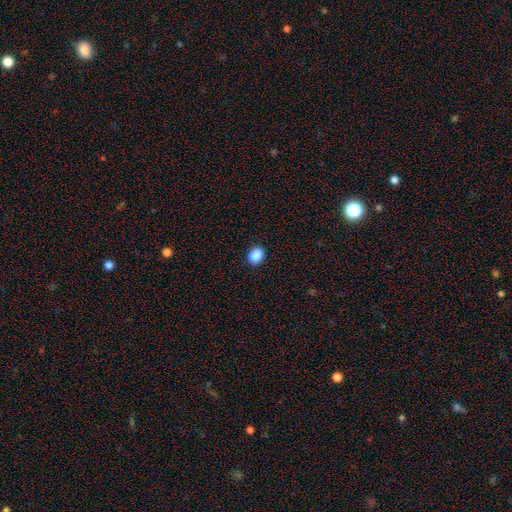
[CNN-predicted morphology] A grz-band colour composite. It shows a smooth galaxy with no disk features (88%) that is round (51%). Merging: none (91%).